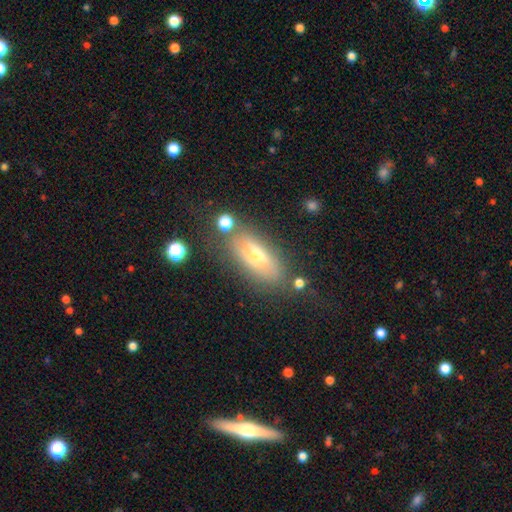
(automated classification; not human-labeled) This is possibly a smooth galaxy (52%). How rounded: likely in between (72%). Merging: likely none (70%).